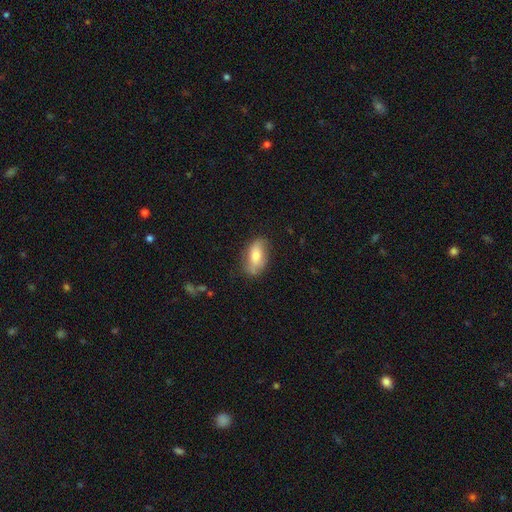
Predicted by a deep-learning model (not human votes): Smooth or featured?
  - smooth: 68% *
  - featured or disk: 25%
  - star or artifact: 7%
How rounded?
  - in between: 88% *
  - cigar-shaped: 8%
  - round: 4%
Merging?
  - none: 72% *
  - minor disturbance: 22%
  - major disturbance: 5%
  - merger: 2%